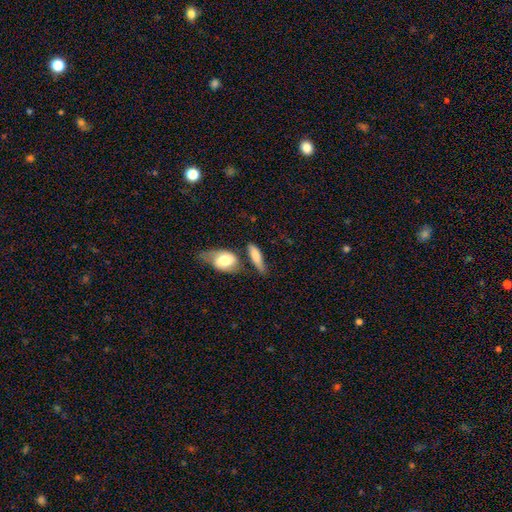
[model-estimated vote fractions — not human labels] Smooth or featured? Predicted: smooth (p=0.72). How rounded? Predicted: in between (p=0.52). Merging? Predicted: none (p=0.46).